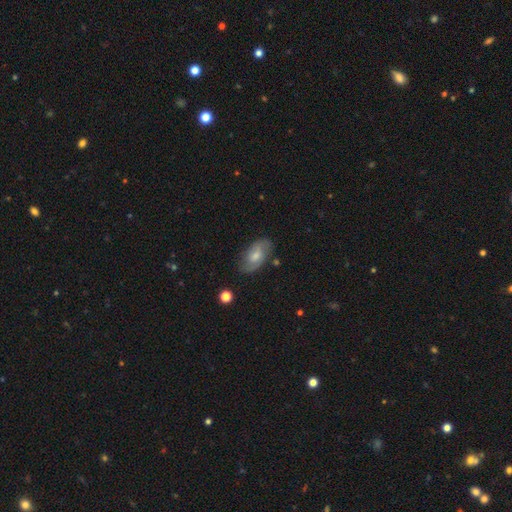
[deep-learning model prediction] The model was most divided on "smooth or featured": featured or disk: 52%, smooth: 41%, star or artifact: 7%. More confident: edge-on disk — no (94%); merging — none (75%).